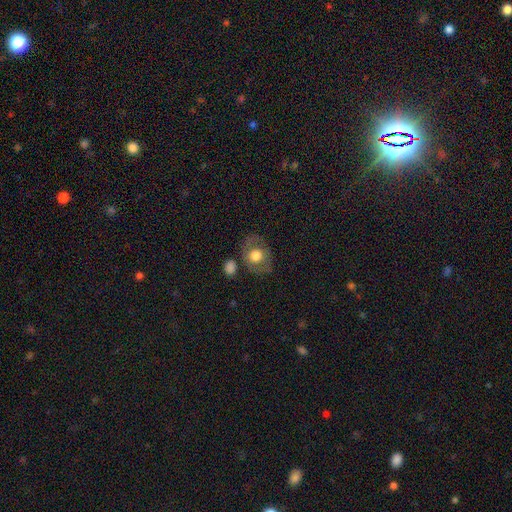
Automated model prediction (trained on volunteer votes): Q: Smooth or featured?
A: smooth (59%); runner-up: featured or disk (33%)
Q: How rounded?
A: round (54%); runner-up: in between (45%)
Q: Merging?
A: none (70%); runner-up: minor disturbance (16%)